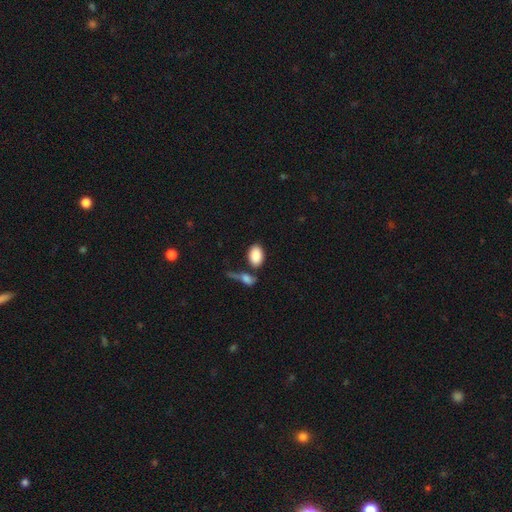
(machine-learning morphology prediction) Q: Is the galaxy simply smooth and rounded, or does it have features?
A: smooth — 87%.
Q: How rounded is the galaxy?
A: in between — 91%.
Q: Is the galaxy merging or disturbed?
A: none — 61%.